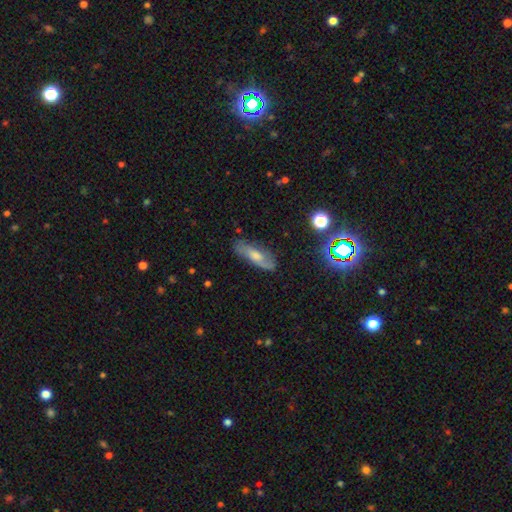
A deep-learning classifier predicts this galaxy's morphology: Overall: featured or disk (49%; smooth 38%). Merging: none (75%).